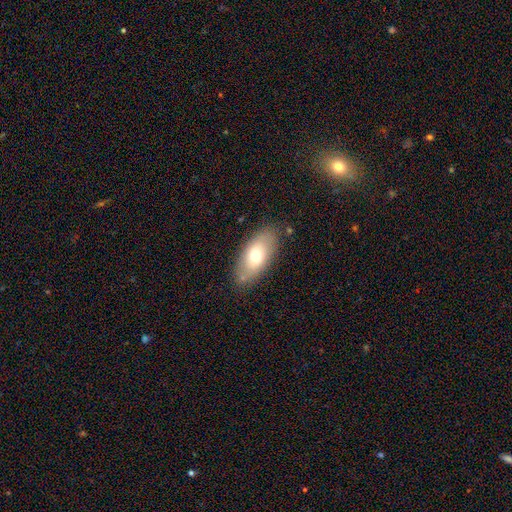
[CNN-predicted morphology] type=smooth (68%); roundness=in between (89%); merging=none (80%).